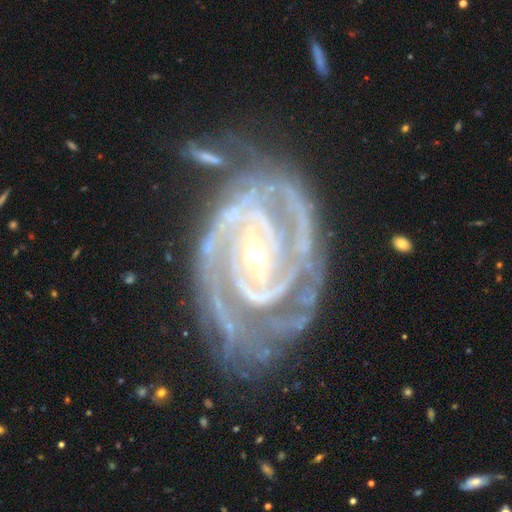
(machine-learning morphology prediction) smooth_or_featured: featured or disk (p=0.92) [alt: star or artifact p=0.05]
disk_edge_on: no (p=0.97) [alt: yes p=0.03]
bar: strong (p=0.36) [alt: weak p=0.35]
has_spiral_arms: yes (p=0.98) [alt: no p=0.02]
spiral_winding: tight (p=0.72) [alt: medium p=0.24]
spiral_arm_count: 2 (p=0.46) [alt: 3 p=0.24]
bulge_size: small (p=0.65) [alt: moderate p=0.31]
merging: none (p=0.60) [alt: minor disturbance p=0.23]